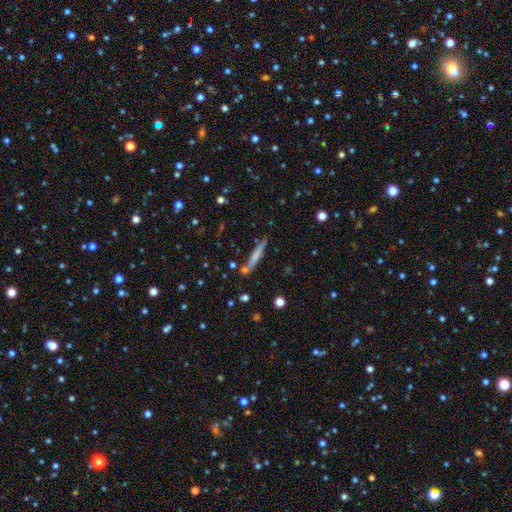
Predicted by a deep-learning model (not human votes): Smooth or featured: smooth — 61% (featured or disk — 32%)
How rounded: cigar-shaped — 93% (in between — 5%)
Merging: none — 78% (minor disturbance — 13%)